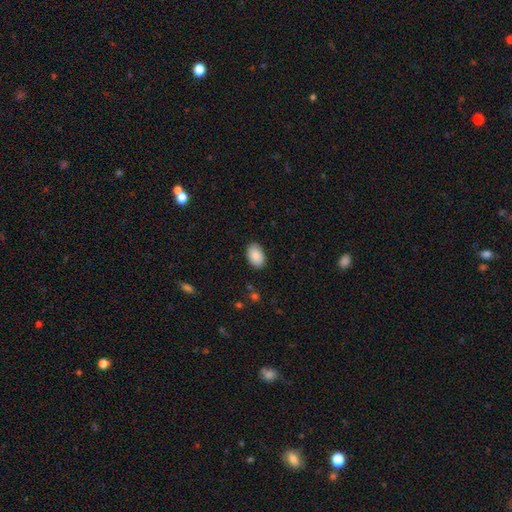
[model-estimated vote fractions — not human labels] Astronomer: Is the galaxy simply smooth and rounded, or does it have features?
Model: smooth — 87%.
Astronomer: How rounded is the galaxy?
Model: in between — 91%.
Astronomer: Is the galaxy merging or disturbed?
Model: none — 88%.